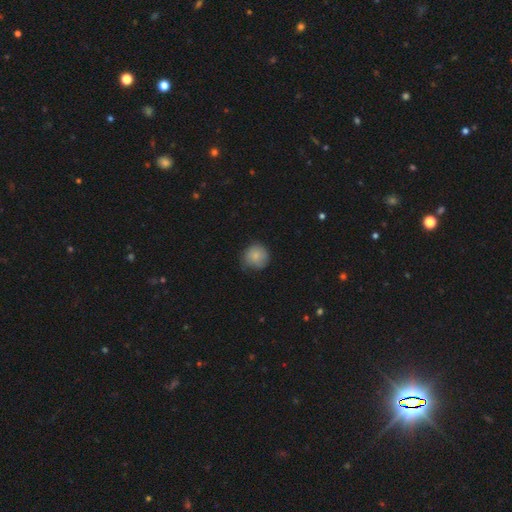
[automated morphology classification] type=smooth (81%); roundness=round (91%); merging=none (68%).